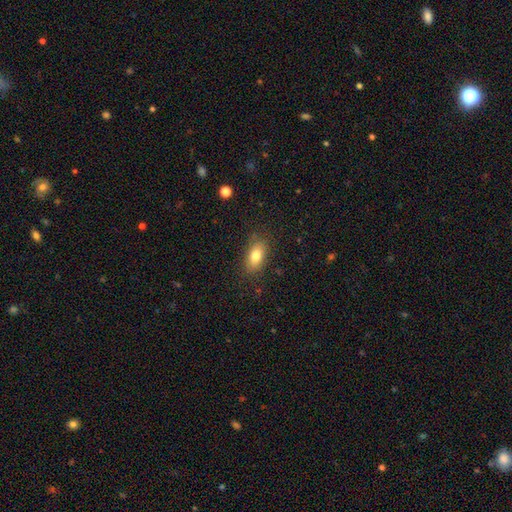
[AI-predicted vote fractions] Q: Smooth or featured?
A: smooth (80%); runner-up: featured or disk (11%)
Q: How rounded?
A: in between (87%); runner-up: cigar-shaped (7%)
Q: Merging?
A: none (83%); runner-up: minor disturbance (12%)